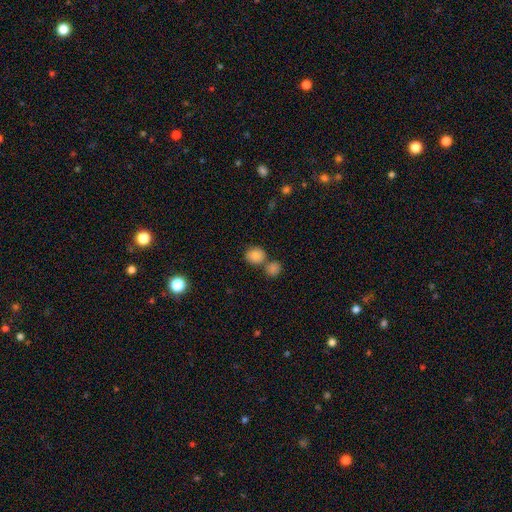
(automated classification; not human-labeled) A smooth galaxy with no disk features (84%) that is round (71%).

Vote fractions:
- Smooth or featured? smooth: 84% / star or artifact: 9% / featured or disk: 7%
- How rounded? round: 71% / in between: 28% / cigar-shaped: 1%
- Merging? none: 56% / merger: 31% / minor disturbance: 9% / major disturbance: 3%